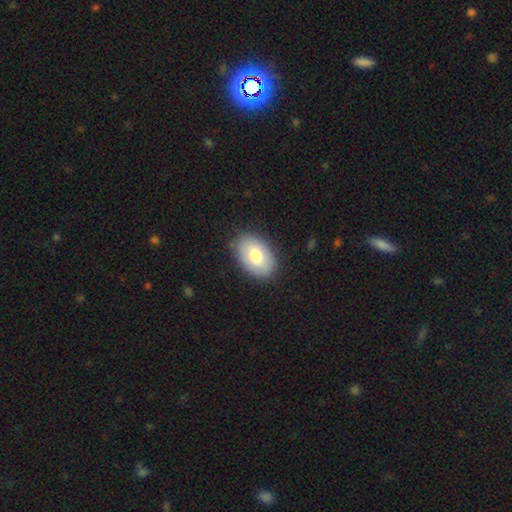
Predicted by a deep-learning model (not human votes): Smooth or featured? Predicted: smooth (p=0.75). How rounded? Predicted: in between (p=0.91). Merging? Predicted: none (p=0.86).